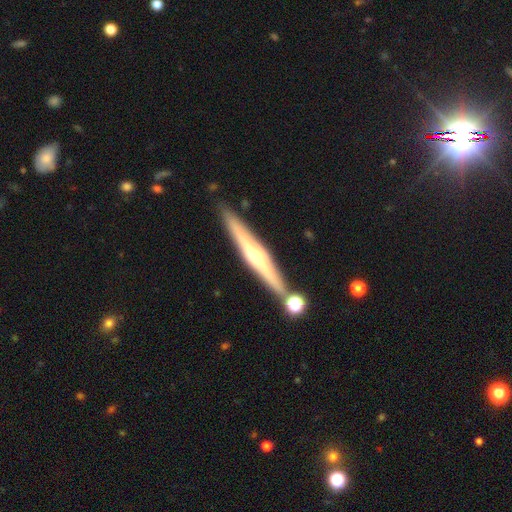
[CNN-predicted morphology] type=featured or disk (67%); edge-on=yes (96%); edge-on bulge=rounded (81%); merging=none (84%).